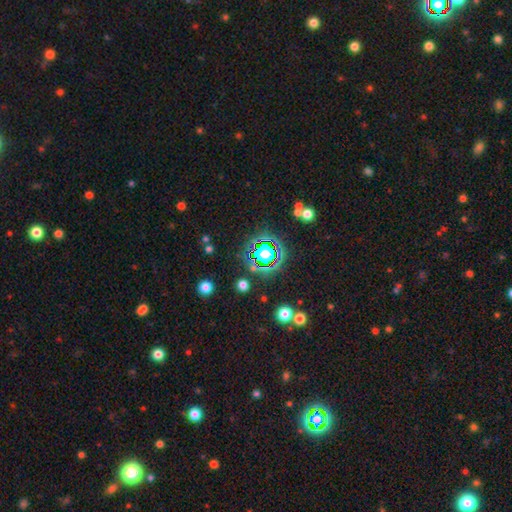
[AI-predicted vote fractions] Q: Smooth or featured?
A: star or artifact (81%); runner-up: smooth (12%)